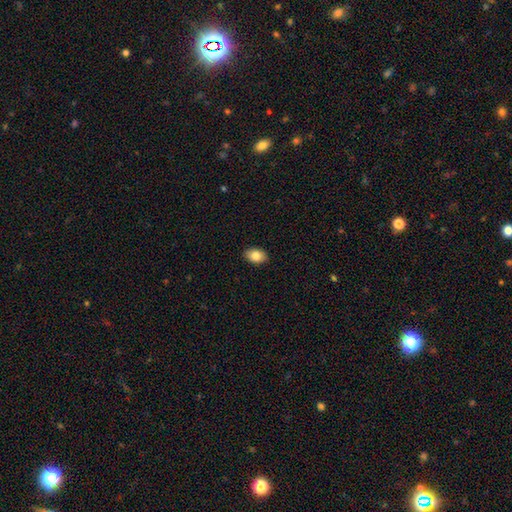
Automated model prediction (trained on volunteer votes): Morphology: type=smooth (83%); roundness=in between (85%); merging=none (90%).